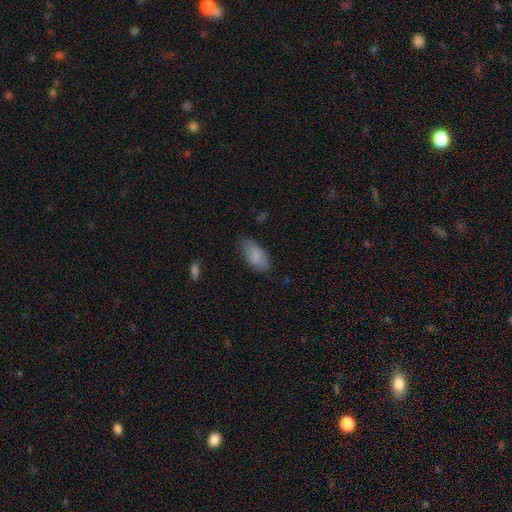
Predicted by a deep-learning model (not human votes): A smooth galaxy with no disk features (83%) that is in between round and cigar-shaped (92%).

Vote fractions:
- Smooth or featured? smooth: 83% / featured or disk: 10% / star or artifact: 7%
- How rounded? in between: 92% / cigar-shaped: 6% / round: 2%
- Merging? none: 71% / minor disturbance: 22% / major disturbance: 5% / merger: 2%